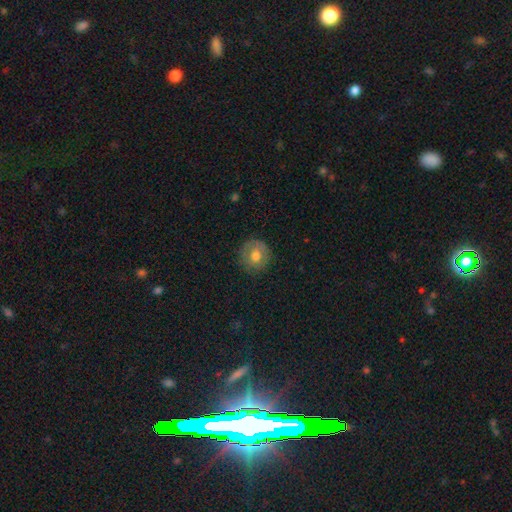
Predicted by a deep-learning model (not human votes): The model was most divided on "smooth or featured": smooth: 71%, featured or disk: 20%, star or artifact: 9%. More confident: how rounded — round (92%); merging — none (82%).